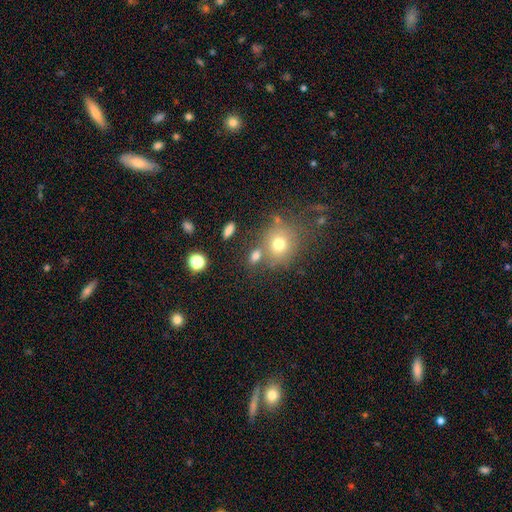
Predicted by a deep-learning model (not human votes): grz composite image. It shows a smooth galaxy with no disk features (72%) that is in between round and cigar-shaped (49%). Merging: none (61%).